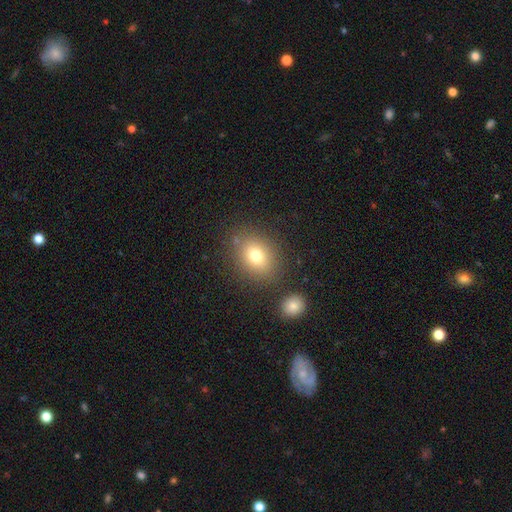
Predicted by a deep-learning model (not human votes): smooth-or-featured: smooth: 75% | star or artifact: 13% | featured or disk: 12%
  how-rounded: round: 51% | in between: 47% | cigar-shaped: 1%
  merging: none: 80% | minor disturbance: 10% | merger: 5% | major disturbance: 4%